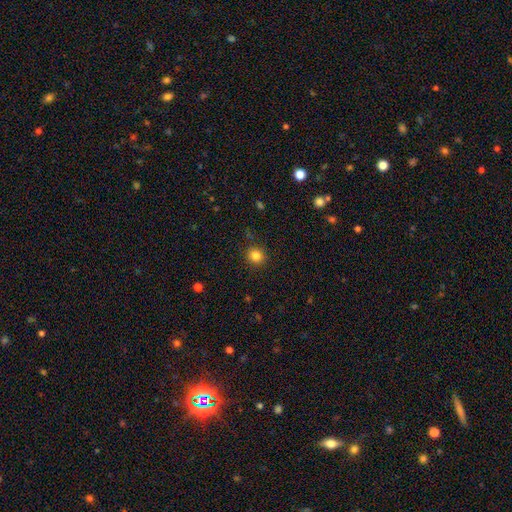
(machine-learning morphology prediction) Smooth or featured: smooth — 83% (star or artifact — 12%)
How rounded: round — 88% (in between — 11%)
Merging: none — 89% (minor disturbance — 7%)